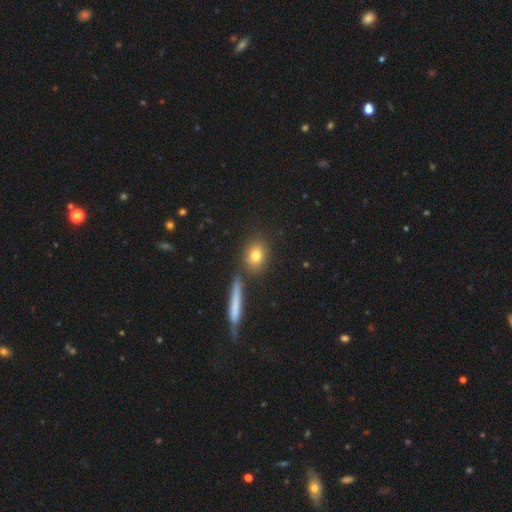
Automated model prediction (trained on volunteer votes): Morphology: type=smooth (79%); roundness=round (55%); merging=none (79%).